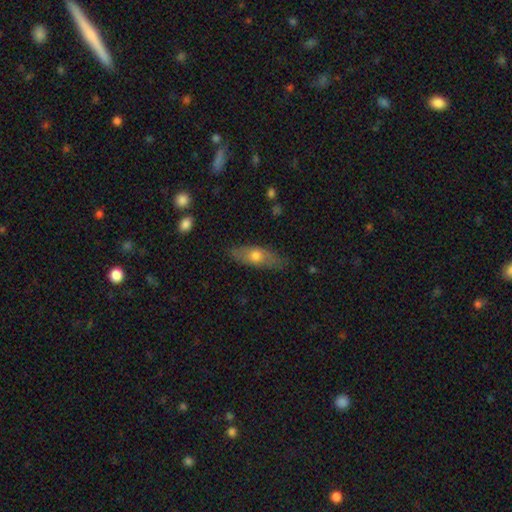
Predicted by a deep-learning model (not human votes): Overall: smooth (61%; featured or disk 33%). How rounded: in between (63%; cigar-shaped 33%). Merging: none (75%).